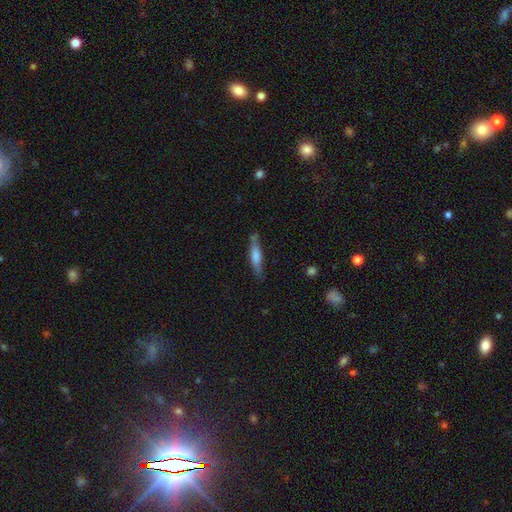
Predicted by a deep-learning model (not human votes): smooth_or_featured: smooth (p=0.58) [alt: featured or disk p=0.36]
how_rounded: cigar-shaped (p=0.83) [alt: in between p=0.16]
merging: none (p=0.74) [alt: minor disturbance p=0.18]